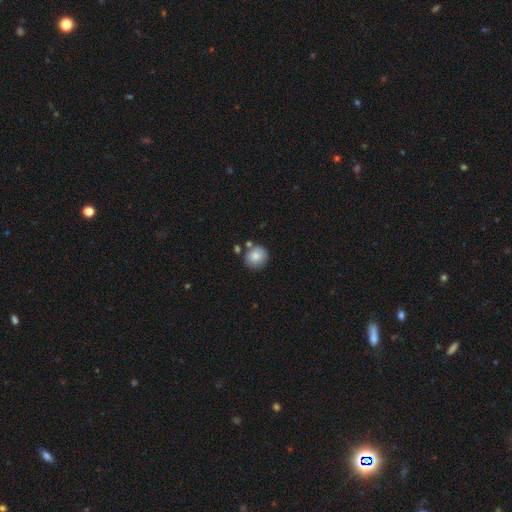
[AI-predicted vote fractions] This appears to be a smooth galaxy with no disk features (84%) that is round (88%). Merging: none (74%).